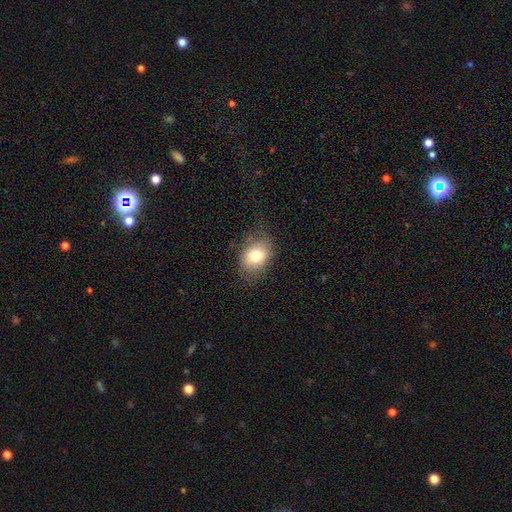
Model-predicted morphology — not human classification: A smooth galaxy with no disk features (77%) that is in between round and cigar-shaped (65%).

Vote fractions:
- Smooth or featured? smooth: 77% / featured or disk: 13% / star or artifact: 10%
- How rounded? in between: 65% / round: 34% / cigar-shaped: 1%
- Merging? none: 73% / minor disturbance: 19% / major disturbance: 7% / merger: 1%